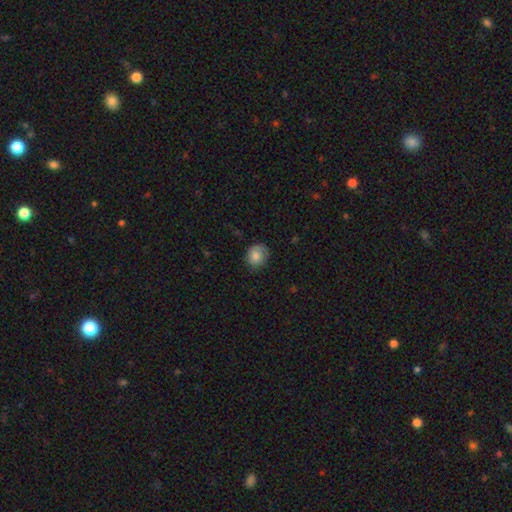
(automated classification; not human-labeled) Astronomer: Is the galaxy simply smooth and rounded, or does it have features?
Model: smooth — 81%.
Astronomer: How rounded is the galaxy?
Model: round — 71%.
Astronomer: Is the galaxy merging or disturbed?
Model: none — 77%.